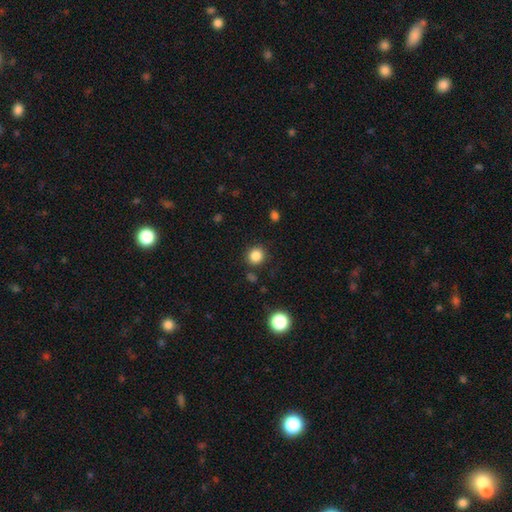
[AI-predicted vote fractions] Morphology: type=smooth (84%); roundness=round (88%); merging=none (87%).